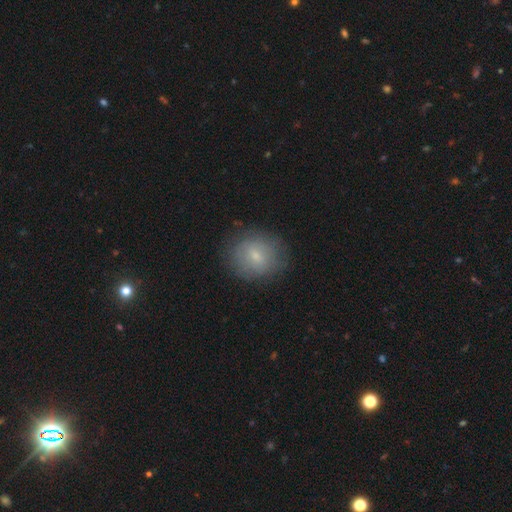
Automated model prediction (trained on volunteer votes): Smooth or featured? Predicted: smooth (p=0.70). How rounded? Predicted: round (p=0.79). Merging? Predicted: none (p=0.82).